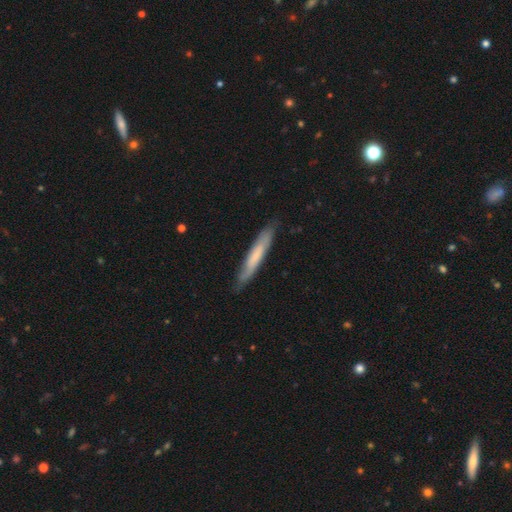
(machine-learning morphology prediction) Smooth or featured?
  - smooth: 56% *
  - featured or disk: 38%
  - star or artifact: 6%
How rounded?
  - cigar-shaped: 93% *
  - in between: 6%
  - round: 1%
Merging?
  - none: 81% *
  - minor disturbance: 15%
  - major disturbance: 3%
  - merger: 1%